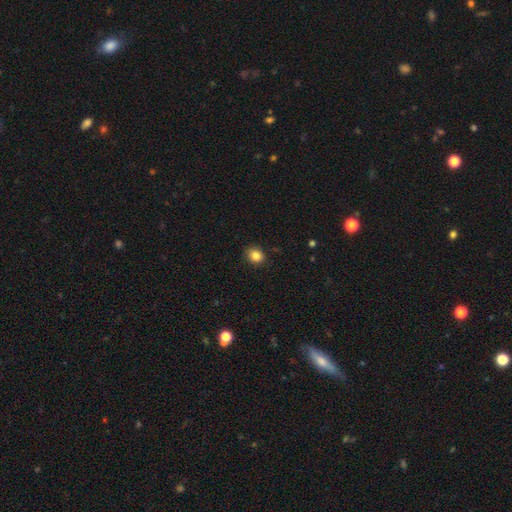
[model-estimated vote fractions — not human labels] A smooth galaxy with no disk features (85%) that is round (64%).

Vote fractions:
- Smooth or featured? smooth: 85% / star or artifact: 10% / featured or disk: 5%
- How rounded? round: 64% / in between: 35% / cigar-shaped: 1%
- Merging? none: 87% / minor disturbance: 10% / major disturbance: 2% / merger: 1%